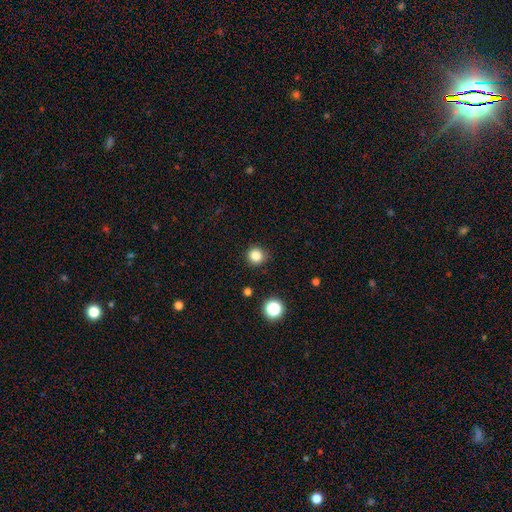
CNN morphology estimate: smooth 83%, star or artifact 13%, featured or disk 4%. Down the decision tree: how rounded — round (92%); merging — none (89%).